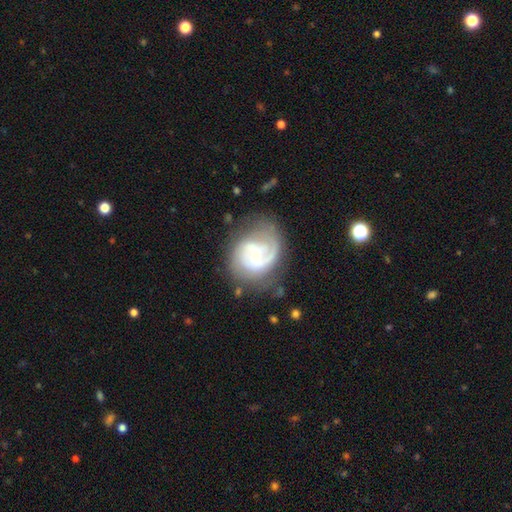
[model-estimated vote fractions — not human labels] Smooth or featured? featured or disk (83%)
Edge-on disk? no (98%)
Bar? no (53%)
Spiral arms? yes (94%)
Spiral winding? medium (44%)
Spiral arm count? 2 (54%)
Bulge size? small (55%)
Merging? none (56%)